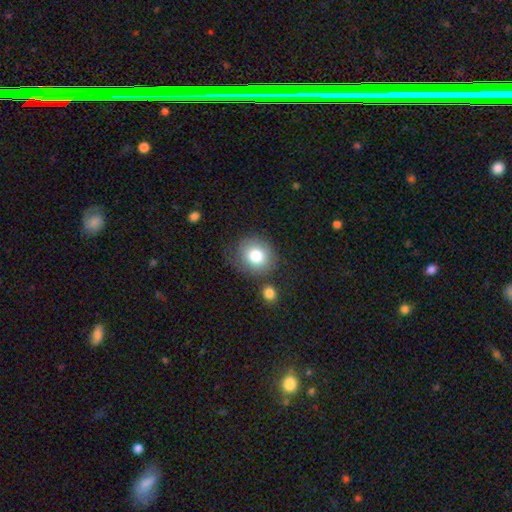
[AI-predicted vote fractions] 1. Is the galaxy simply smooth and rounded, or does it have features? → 79% smooth, 12% featured or disk, 9% star or artifact.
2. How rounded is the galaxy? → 82% round, 18% in between, 1% cigar-shaped.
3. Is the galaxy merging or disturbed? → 72% none, 14% minor disturbance, 8% merger, 5% major disturbance.